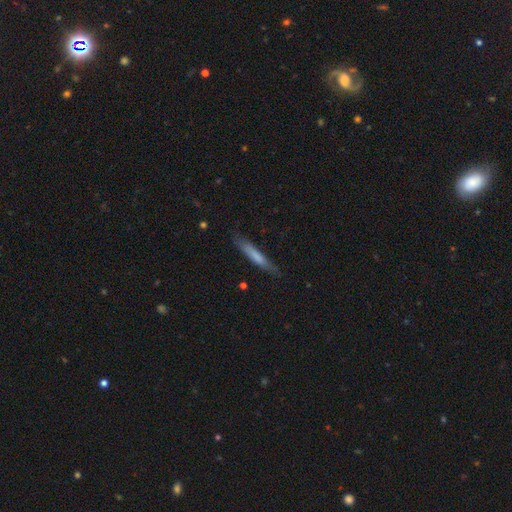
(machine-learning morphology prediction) This is likely a smooth galaxy (67%). How rounded: clearly cigar-shaped (92%). Merging: likely none (78%).